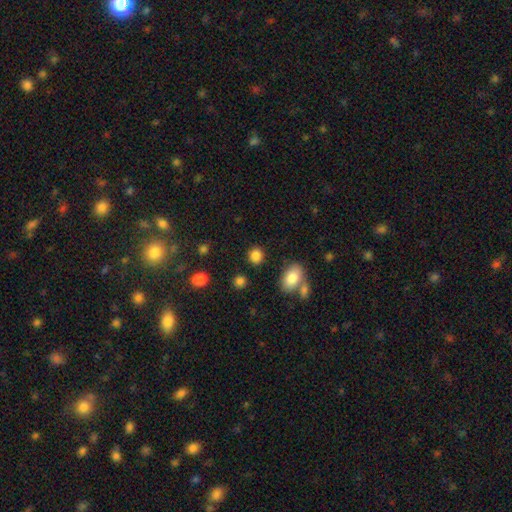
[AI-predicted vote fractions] Smooth or featured? smooth (85%)
How rounded? round (77%)
Merging? none (84%)